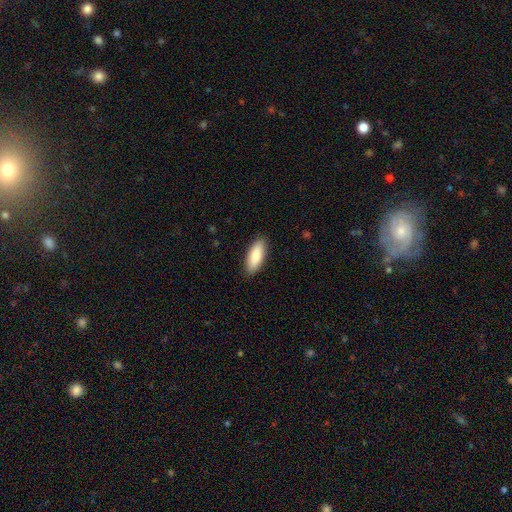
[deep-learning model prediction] Smooth or featured? smooth (85%)
How rounded? in between (75%)
Merging? none (88%)